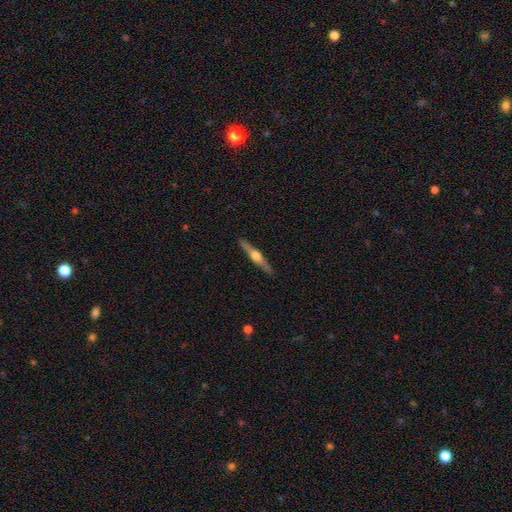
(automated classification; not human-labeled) Q: Smooth or featured?
A: featured or disk (71%); runner-up: smooth (24%)
Q: Edge-on disk?
A: yes (97%); runner-up: no (3%)
Q: Edge-on bulge?
A: rounded (93%); runner-up: boxy (4%)
Q: Merging?
A: none (91%); runner-up: minor disturbance (7%)